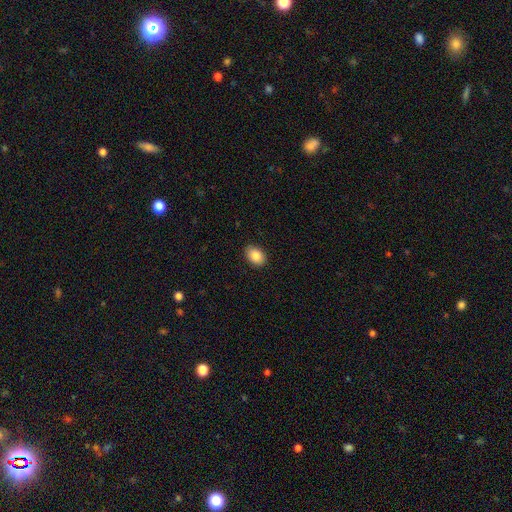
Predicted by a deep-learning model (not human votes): smooth-or-featured: smooth: 87% | star or artifact: 8% | featured or disk: 5%
  how-rounded: in between: 80% | round: 19% | cigar-shaped: 1%
  merging: none: 88% | minor disturbance: 9% | major disturbance: 2% | merger: 1%